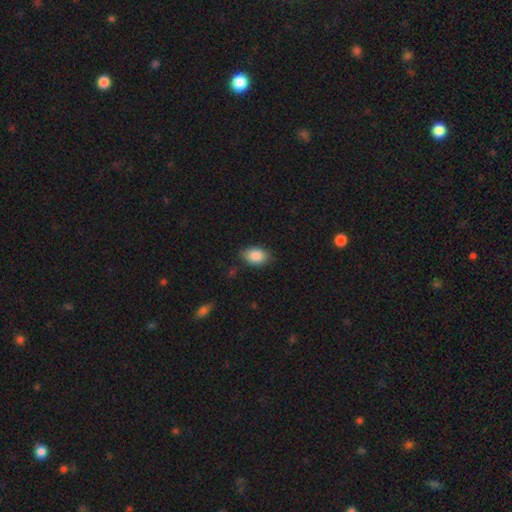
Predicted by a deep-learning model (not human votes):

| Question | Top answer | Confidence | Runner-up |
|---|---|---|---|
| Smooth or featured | smooth | 87% | star or artifact (7%) |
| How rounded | in between | 86% | round (13%) |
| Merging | none | 80% | minor disturbance (16%) |